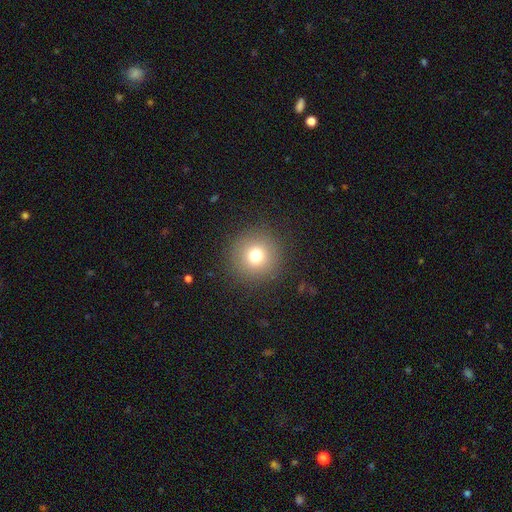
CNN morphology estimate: This appears to be a smooth galaxy with no disk features (75%) that is round (96%). Merging: none (90%).